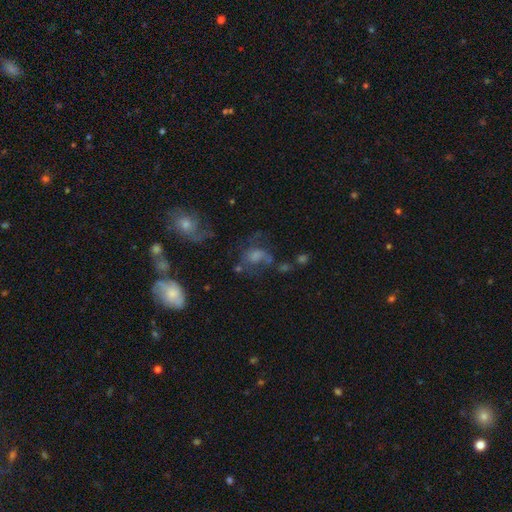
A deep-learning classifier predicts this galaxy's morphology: smooth-or-featured: featured or disk: 50% | smooth: 27% | star or artifact: 23%
  merging: none: 47% | major disturbance: 24% | minor disturbance: 18% | merger: 11%